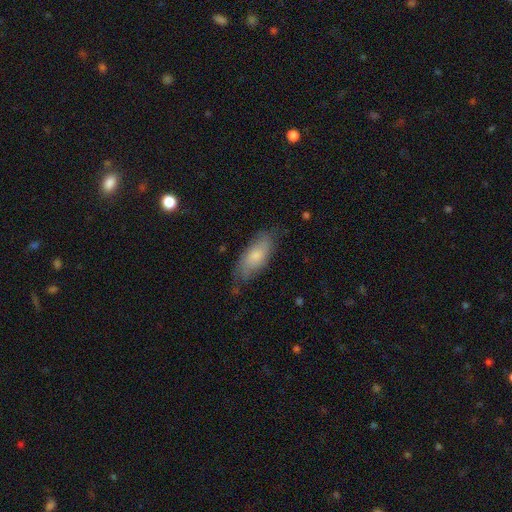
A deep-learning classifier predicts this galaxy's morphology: Smooth or featured? Predicted: smooth (p=0.68). How rounded? Predicted: in between (p=0.79). Merging? Predicted: none (p=0.67).